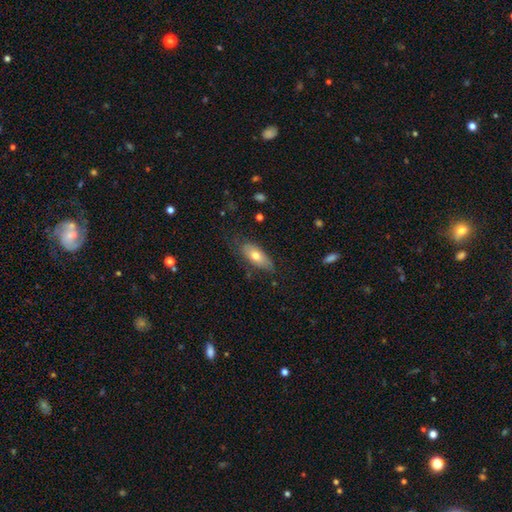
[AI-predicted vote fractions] Overall: smooth (69%). How rounded: in between (80%). Merging: none (67%).